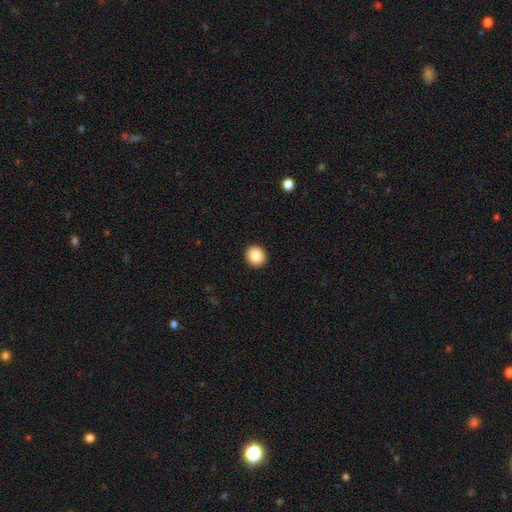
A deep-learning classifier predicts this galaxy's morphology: Overall: smooth (86%). How rounded: round (85%). Merging: none (93%).